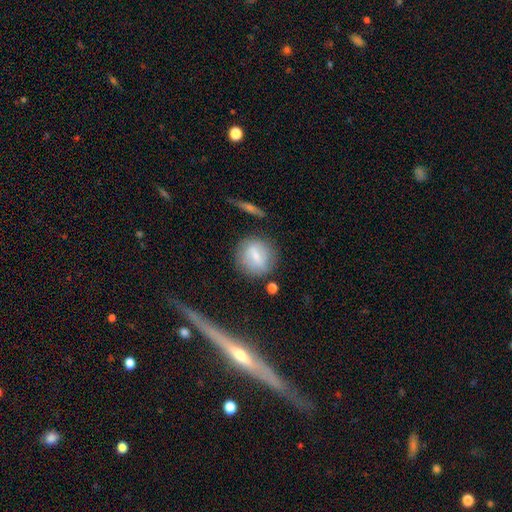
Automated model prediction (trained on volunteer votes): Smooth or featured: smooth — 61% (featured or disk — 31%)
How rounded: round — 74% (in between — 23%)
Merging: none — 76% (minor disturbance — 15%)